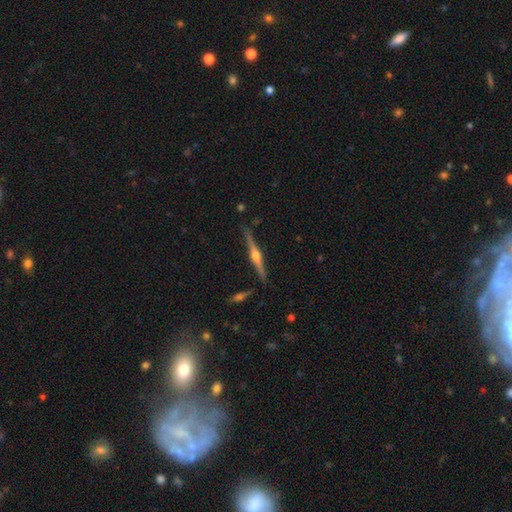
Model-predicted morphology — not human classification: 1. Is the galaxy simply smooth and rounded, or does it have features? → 80% featured or disk, 15% smooth, 5% star or artifact.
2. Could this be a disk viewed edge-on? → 98% yes, 2% no.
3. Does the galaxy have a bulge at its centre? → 94% rounded, 3% boxy, 3% none.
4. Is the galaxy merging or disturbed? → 86% none, 10% minor disturbance, 2% merger, 2% major disturbance.